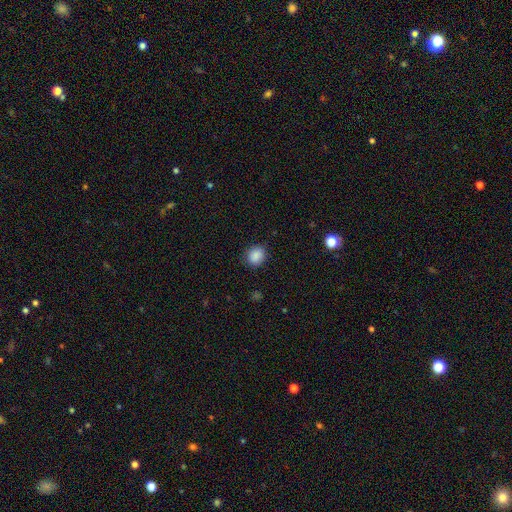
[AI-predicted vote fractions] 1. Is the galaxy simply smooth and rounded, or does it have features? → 88% smooth, 9% star or artifact, 3% featured or disk.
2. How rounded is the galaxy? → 77% round, 22% in between, 1% cigar-shaped.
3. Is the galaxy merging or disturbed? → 87% none, 9% minor disturbance, 3% major disturbance, 1% merger.